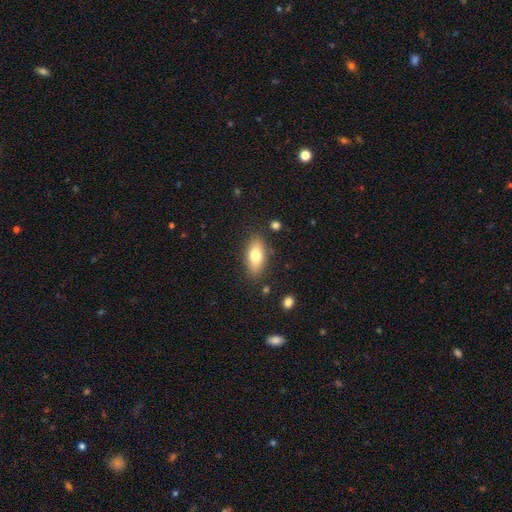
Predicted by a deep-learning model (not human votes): A smooth galaxy with no disk features (75%) that is in between round and cigar-shaped (87%).

Vote fractions:
- Smooth or featured? smooth: 75% / featured or disk: 18% / star or artifact: 7%
- How rounded? in between: 87% / cigar-shaped: 8% / round: 5%
- Merging? none: 82% / minor disturbance: 12% / major disturbance: 3% / merger: 2%